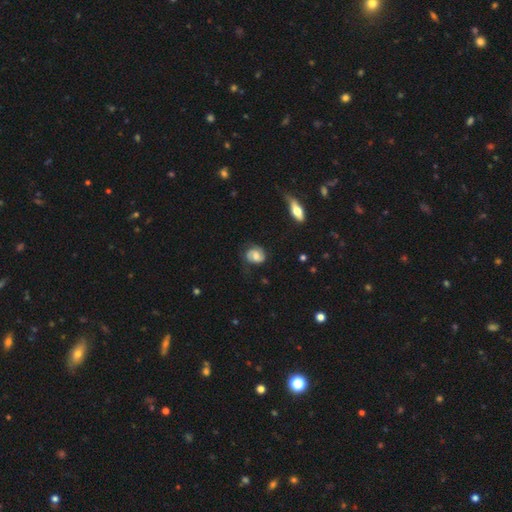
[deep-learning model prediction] Smooth or featured?
  - featured or disk: 51% *
  - smooth: 41%
  - star or artifact: 8%
Edge-on disk?
  - no: 96% *
  - yes: 4%
Merging?
  - none: 66% *
  - minor disturbance: 23%
  - major disturbance: 9%
  - merger: 2%